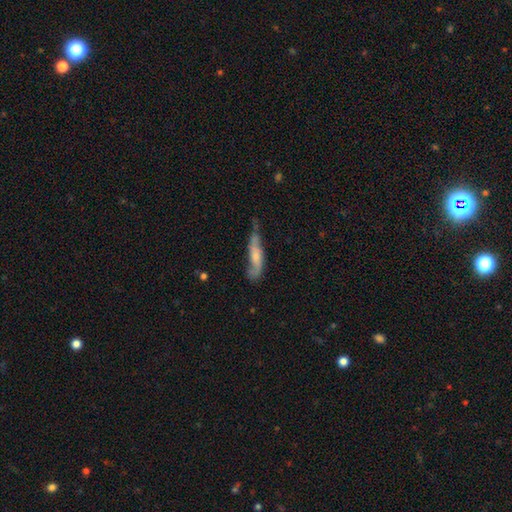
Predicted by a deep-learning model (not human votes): Smooth or featured: featured or disk — 49% (smooth — 44%)
Merging: none — 41% (minor disturbance — 35%)